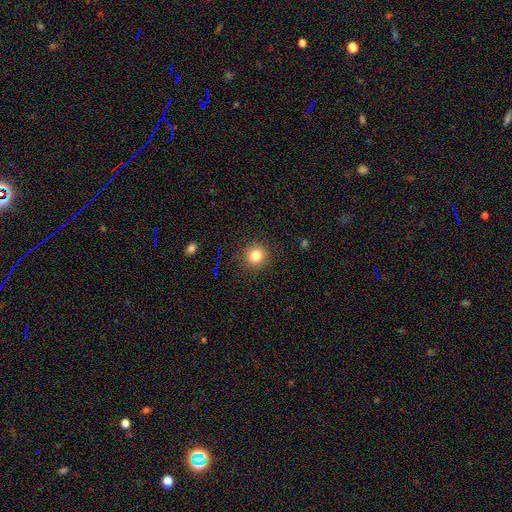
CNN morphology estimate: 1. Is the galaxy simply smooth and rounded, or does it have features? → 82% smooth, 12% star or artifact, 6% featured or disk.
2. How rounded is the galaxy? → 91% round, 8% in between, 1% cigar-shaped.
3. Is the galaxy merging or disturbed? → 91% none, 6% minor disturbance, 2% major disturbance, 1% merger.